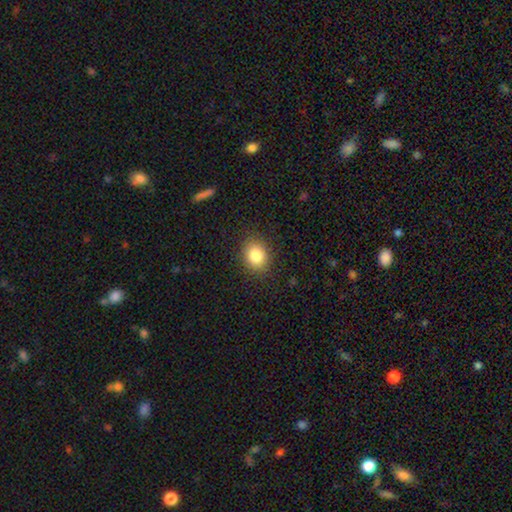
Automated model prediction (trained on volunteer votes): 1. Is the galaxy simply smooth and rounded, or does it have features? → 82% smooth, 10% star or artifact, 8% featured or disk.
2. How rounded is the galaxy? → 55% round, 44% in between, 1% cigar-shaped.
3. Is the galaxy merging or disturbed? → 88% none, 8% minor disturbance, 3% major disturbance, 1% merger.